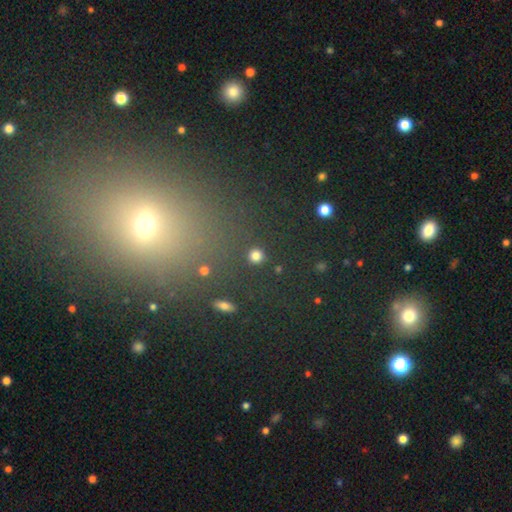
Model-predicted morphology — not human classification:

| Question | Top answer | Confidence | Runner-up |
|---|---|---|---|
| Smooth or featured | smooth | 81% | star or artifact (14%) |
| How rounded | round | 92% | in between (7%) |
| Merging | none | 89% | minor disturbance (5%) |